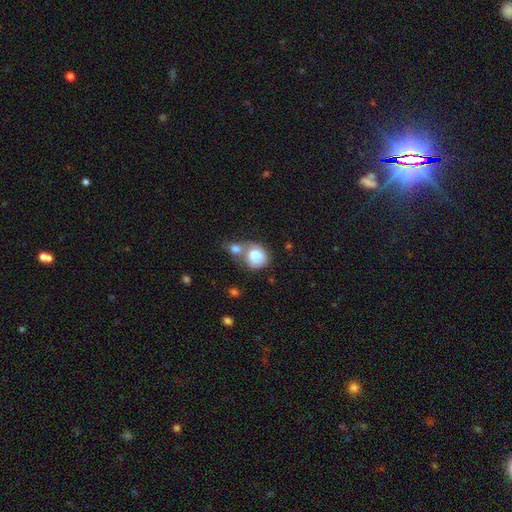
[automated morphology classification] smooth 77%, featured or disk 16%, star or artifact 7%. Down the decision tree: how rounded — round (67%); merging — merger (53%).